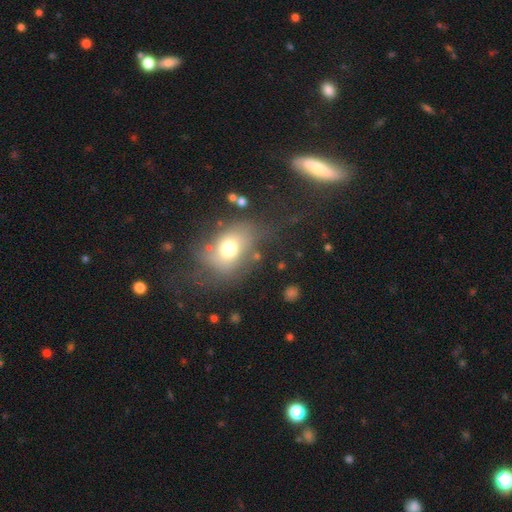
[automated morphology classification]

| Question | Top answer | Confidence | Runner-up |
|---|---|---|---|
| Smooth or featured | smooth | 63% | featured or disk (24%) |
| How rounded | in between | 64% | round (34%) |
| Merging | none | 55% | minor disturbance (22%) |